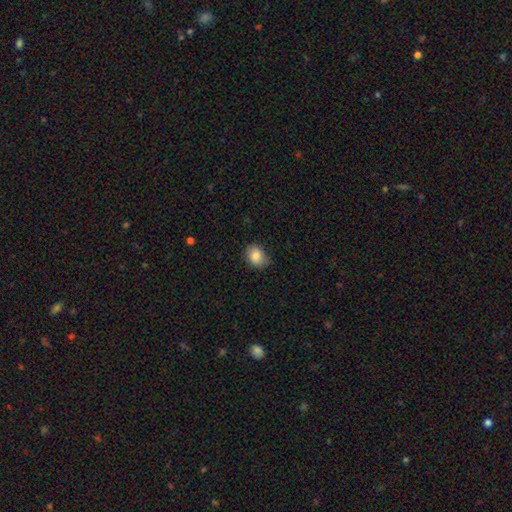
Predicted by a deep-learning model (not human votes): Overall: smooth (84%). How rounded: in between (56%; round 43%). Merging: none (74%).